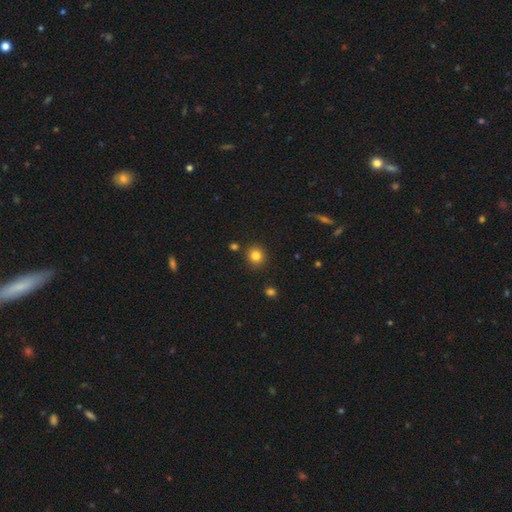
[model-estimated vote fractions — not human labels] A smooth galaxy with no disk features (82%) that is round (86%). Merging: none (88%).